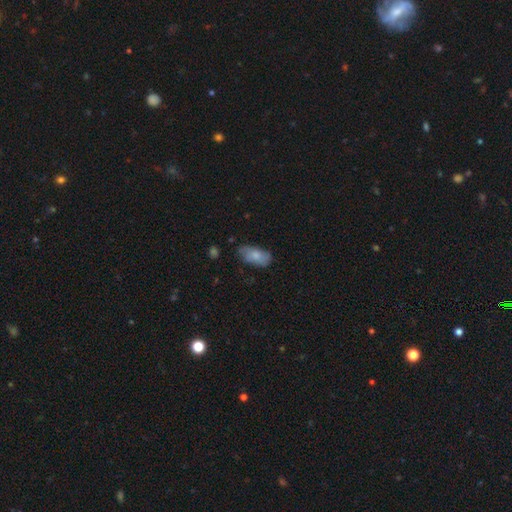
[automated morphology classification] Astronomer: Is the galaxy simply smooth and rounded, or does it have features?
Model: smooth — 75%.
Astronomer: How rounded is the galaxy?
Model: in between — 92%.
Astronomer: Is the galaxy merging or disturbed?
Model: none — 66%.